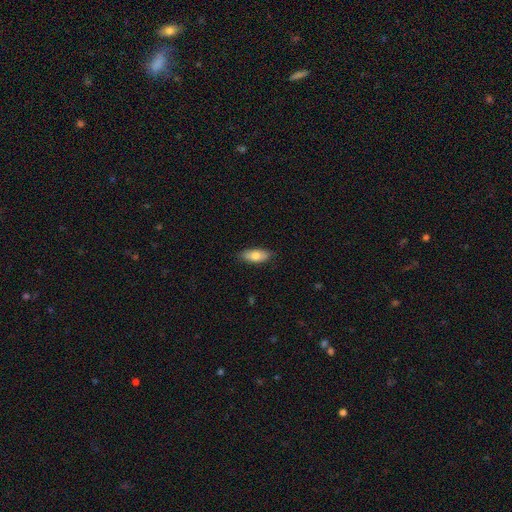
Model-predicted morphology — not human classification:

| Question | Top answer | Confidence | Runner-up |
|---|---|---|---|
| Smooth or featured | smooth | 76% | featured or disk (18%) |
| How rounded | in between | 84% | cigar-shaped (13%) |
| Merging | none | 86% | minor disturbance (11%) |